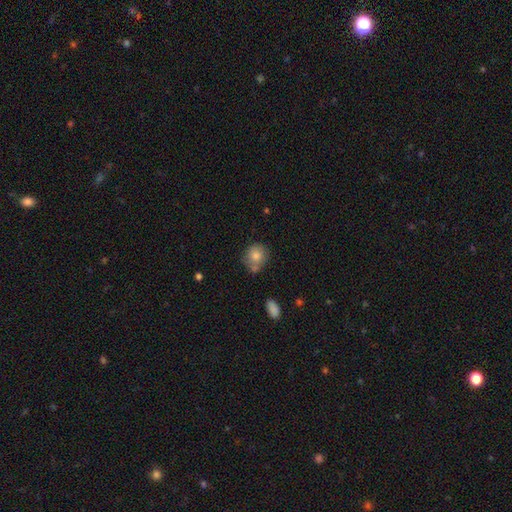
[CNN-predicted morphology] This is likely a smooth galaxy (78%). How rounded: clearly round (80%). Merging: likely none (62%).